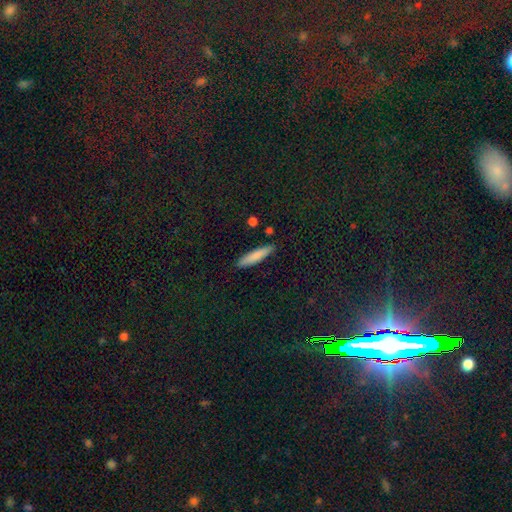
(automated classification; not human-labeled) Q: Smooth or featured?
A: smooth (81%); runner-up: featured or disk (12%)
Q: How rounded?
A: cigar-shaped (86%); runner-up: in between (13%)
Q: Merging?
A: none (88%); runner-up: minor disturbance (9%)